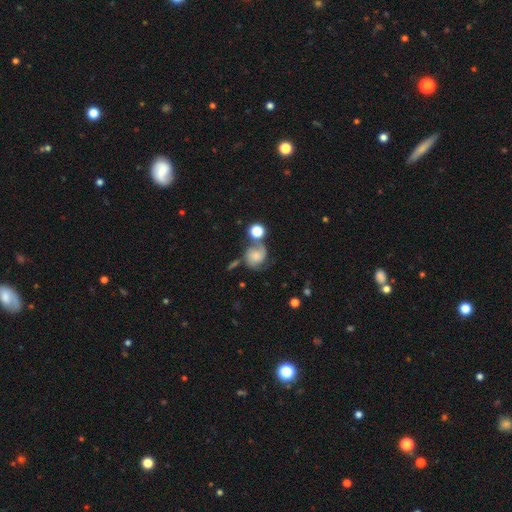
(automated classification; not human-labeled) Smooth or featured? featured or disk (59%)
Edge-on disk? no (97%)
Bar? no (71%)
Spiral arms? yes (91%)
Spiral winding? medium (46%)
Spiral arm count? 2 (79%)
Bulge size? small (34%)
Merging? none (45%)